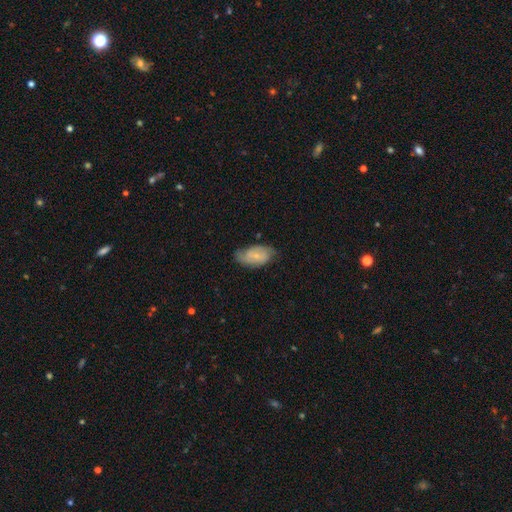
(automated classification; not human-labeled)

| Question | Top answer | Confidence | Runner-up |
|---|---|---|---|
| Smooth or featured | featured or disk | 48% | smooth (46%) |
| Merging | none | 61% | minor disturbance (29%) |